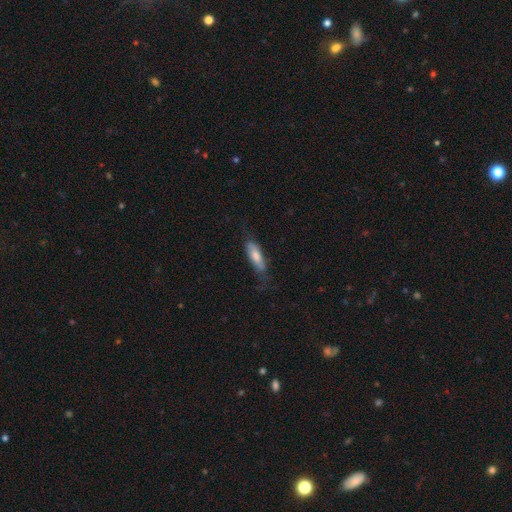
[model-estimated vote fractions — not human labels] Morphology: type=smooth (66%); roundness=in between (50%); merging=none (64%).